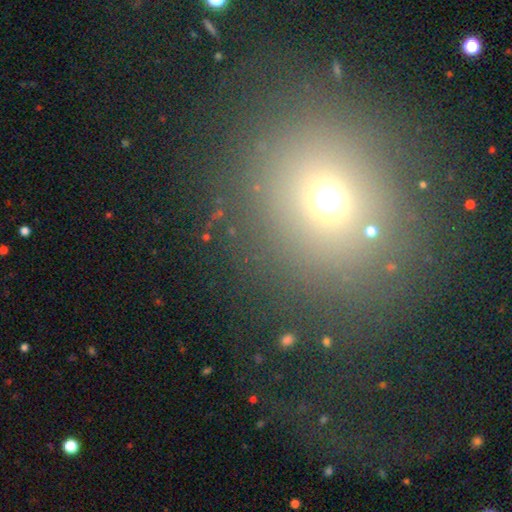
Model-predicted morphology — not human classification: type=smooth (60%); roundness=round (79%); merging=none (68%).